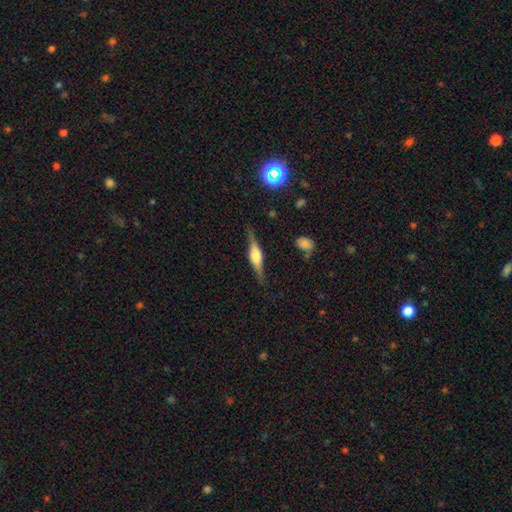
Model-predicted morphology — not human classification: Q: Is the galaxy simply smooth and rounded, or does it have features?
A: featured or disk — 73%.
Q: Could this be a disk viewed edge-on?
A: yes — 96%.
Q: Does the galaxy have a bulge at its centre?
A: rounded — 77%.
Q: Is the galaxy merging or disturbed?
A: none — 83%.